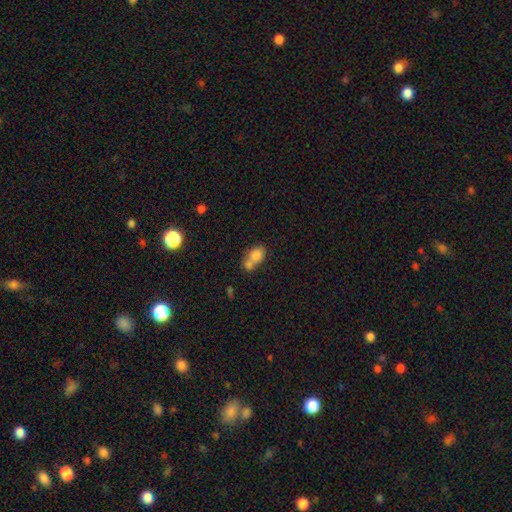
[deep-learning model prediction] Morphology: type=smooth (76%); roundness=in between (58%); merging=merger (59%).